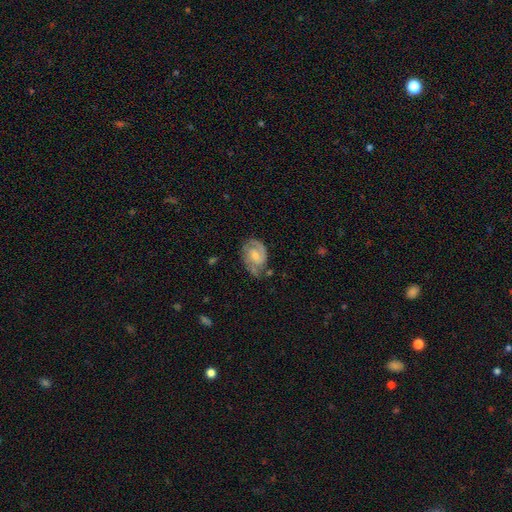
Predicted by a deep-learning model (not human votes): smooth-or-featured: featured or disk: 77% | smooth: 17% | star or artifact: 6%
  disk-edge-on: no: 97% | yes: 3%
    bar: no: 48% | weak: 43% | strong: 9%
    has-spiral-arms: yes: 93% | no: 7%
      spiral-winding: medium: 45% | tight: 42% | loose: 13%
      spiral-arm-count: 2: 76% | can't tell: 10% | 1: 8% | 3: 4% | 4: 1% | more than 4: 1%
    bulge-size: small: 47% | moderate: 45% | none: 4% | large: 3% | dominant: 1%
  merging: none: 60% | minor disturbance: 26% | major disturbance: 11% | merger: 3%